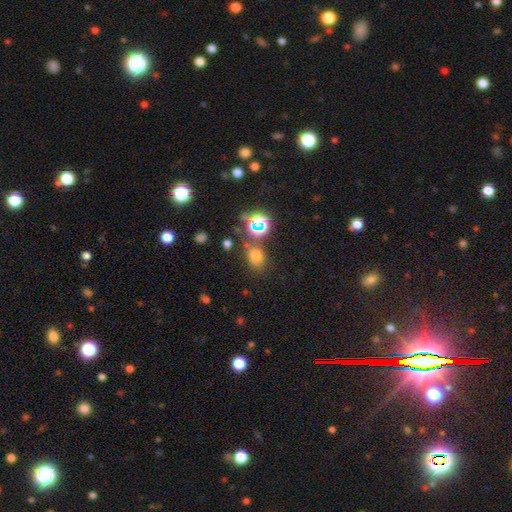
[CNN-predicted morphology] This appears to be a smooth galaxy with no disk features (68%) that is in between round and cigar-shaped (53%). Merging: none (70%).